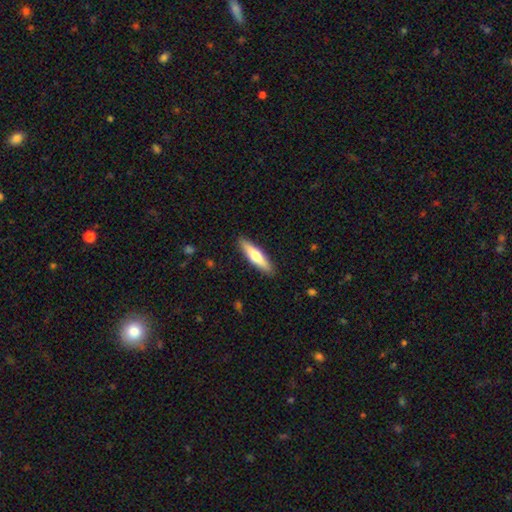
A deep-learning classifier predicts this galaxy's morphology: This appears to be a smooth galaxy with no disk features (59%) that is cigar-shaped (77%). Merging: none (90%).